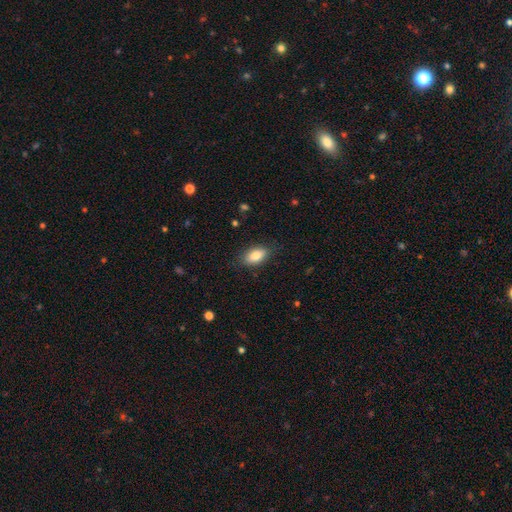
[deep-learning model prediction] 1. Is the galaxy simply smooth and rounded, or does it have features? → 81% smooth, 12% featured or disk, 7% star or artifact.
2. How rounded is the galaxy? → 89% in between, 6% cigar-shaped, 5% round.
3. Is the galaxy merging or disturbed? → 81% none, 15% minor disturbance, 3% major disturbance, 1% merger.